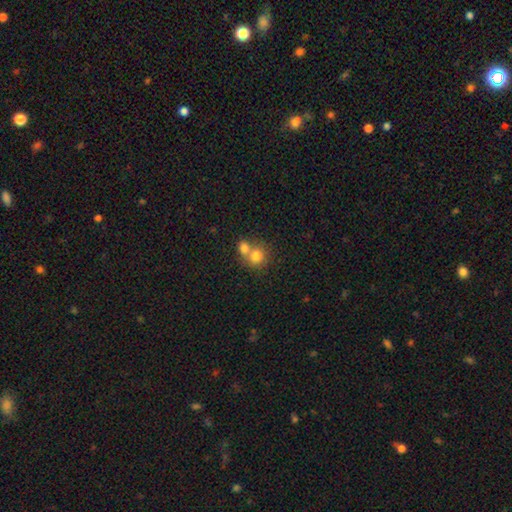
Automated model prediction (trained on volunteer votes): Overall: smooth (77%). How rounded: round (82%). Merging: merger (56%; none 36%).